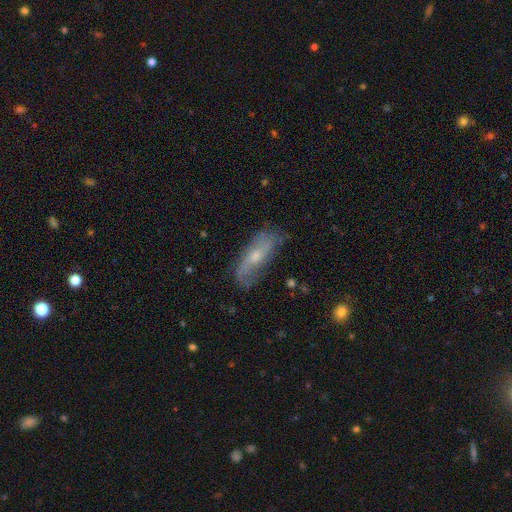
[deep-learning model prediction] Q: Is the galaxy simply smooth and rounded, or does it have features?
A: featured or disk — 63%.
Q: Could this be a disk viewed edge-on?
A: no — 80%.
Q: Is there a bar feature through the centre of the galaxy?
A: no — 60%.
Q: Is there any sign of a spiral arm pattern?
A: yes — 83%.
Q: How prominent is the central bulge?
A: moderate — 53%.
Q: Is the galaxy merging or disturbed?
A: none — 67%.